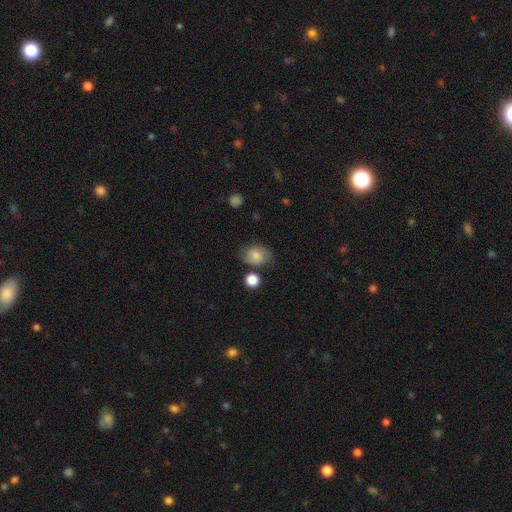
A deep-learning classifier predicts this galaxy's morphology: This appears to be a smooth galaxy with no disk features (77%) that is in between round and cigar-shaped (51%). Merging: none (65%).